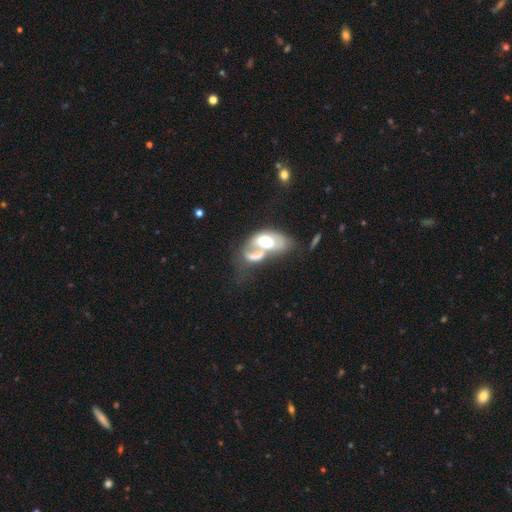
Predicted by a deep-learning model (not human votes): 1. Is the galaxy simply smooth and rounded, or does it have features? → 48% featured or disk, 45% smooth, 7% star or artifact.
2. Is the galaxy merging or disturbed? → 64% merger, 18% major disturbance, 11% none, 8% minor disturbance.